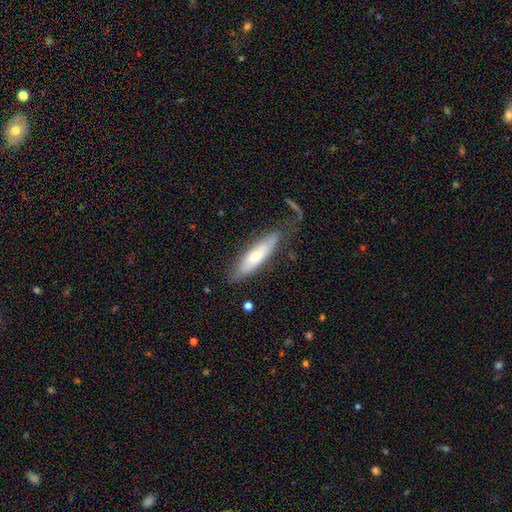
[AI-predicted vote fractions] Smooth or featured: smooth — 56% (featured or disk — 38%)
How rounded: cigar-shaped — 65% (in between — 33%)
Merging: none — 70% (minor disturbance — 19%)